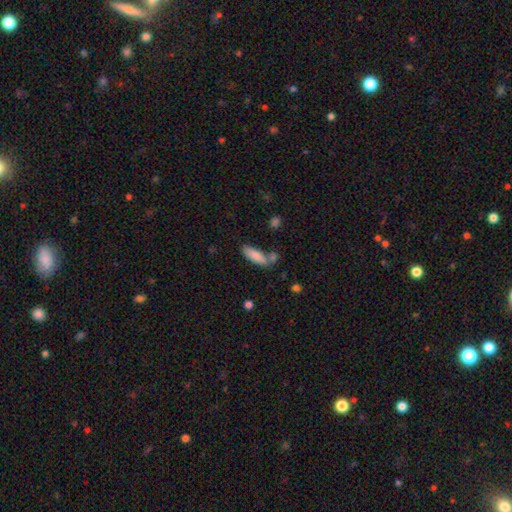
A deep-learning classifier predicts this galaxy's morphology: A smooth galaxy with no disk features (84%) that is in between round and cigar-shaped (60%).

Vote fractions:
- Smooth or featured? smooth: 84% / featured or disk: 9% / star or artifact: 7%
- How rounded? in between: 60% / cigar-shaped: 38% / round: 2%
- Merging? none: 60% / merger: 19% / minor disturbance: 16% / major disturbance: 5%